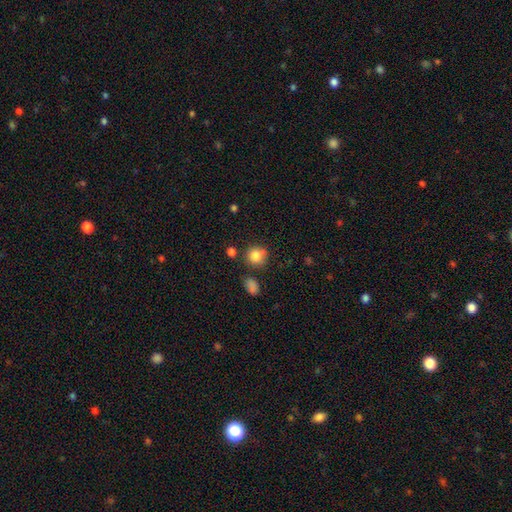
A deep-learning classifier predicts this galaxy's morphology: type=smooth (83%); roundness=round (83%); merging=none (71%).